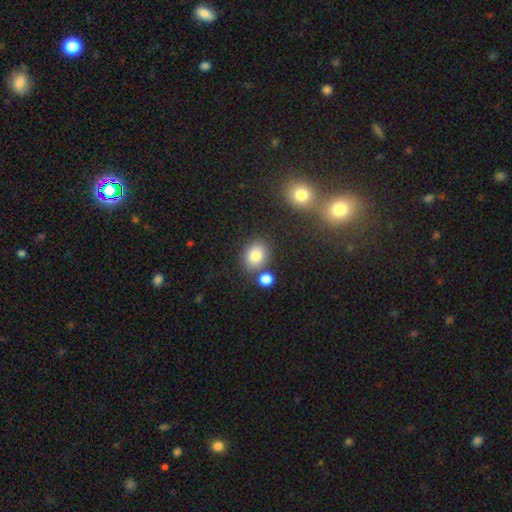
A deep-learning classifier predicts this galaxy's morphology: Smooth or featured?
  - smooth: 81% *
  - star or artifact: 11%
  - featured or disk: 8%
How rounded?
  - round: 56% *
  - in between: 43%
  - cigar-shaped: 1%
Merging?
  - none: 74% *
  - merger: 13%
  - minor disturbance: 10%
  - major disturbance: 3%